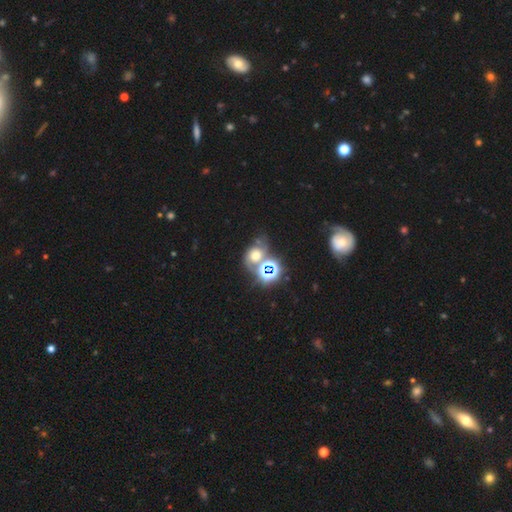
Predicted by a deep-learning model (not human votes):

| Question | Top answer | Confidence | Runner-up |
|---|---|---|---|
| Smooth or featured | smooth | 41% | star or artifact (33%) |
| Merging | none | 36% | merger (32%) |